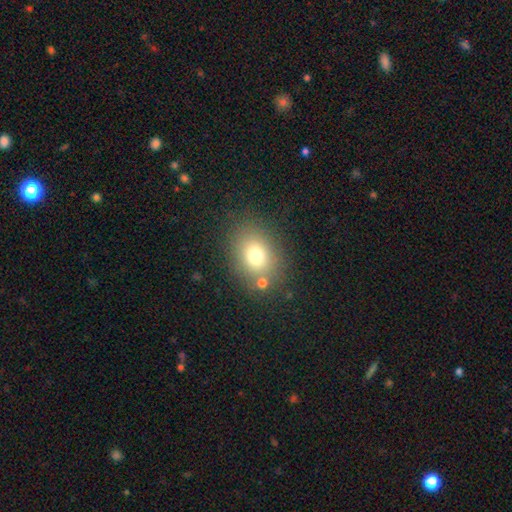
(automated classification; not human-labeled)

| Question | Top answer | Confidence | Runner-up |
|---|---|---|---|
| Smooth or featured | smooth | 73% | star or artifact (14%) |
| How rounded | in between | 52% | round (47%) |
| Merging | none | 75% | minor disturbance (11%) |